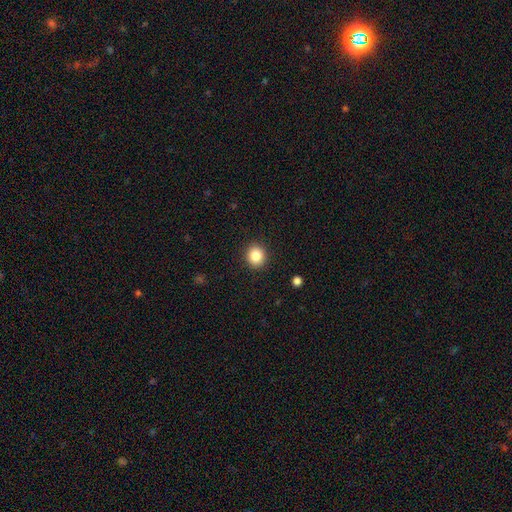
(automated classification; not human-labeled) This is clearly a smooth galaxy (85%). How rounded: clearly round (84%). Merging: clearly none (91%).